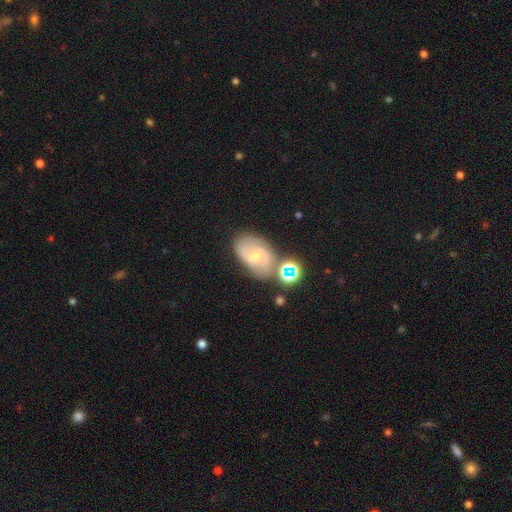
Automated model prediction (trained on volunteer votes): featured or disk 65%, smooth 24%, star or artifact 11%. Down the decision tree: edge-on disk — no (96%); bar — no (47%); spiral arms — yes (87%); spiral arm count — 2 (65%); spiral winding — medium (48%); bulge size — small (63%); merging — none (60%).